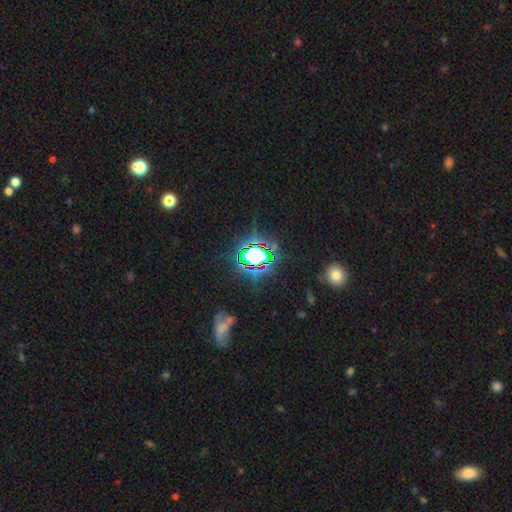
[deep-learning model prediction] Overall: star or artifact (72%).